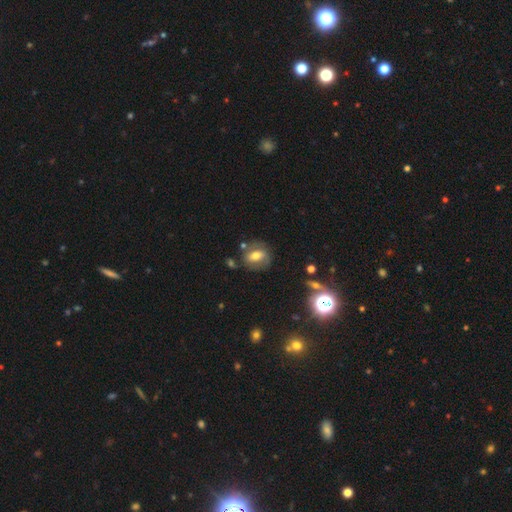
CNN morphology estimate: smooth-or-featured: smooth: 53% | featured or disk: 36% | star or artifact: 10%
  how-rounded: in between: 56% | round: 41% | cigar-shaped: 3%
  merging: none: 69% | minor disturbance: 18% | major disturbance: 7% | merger: 6%